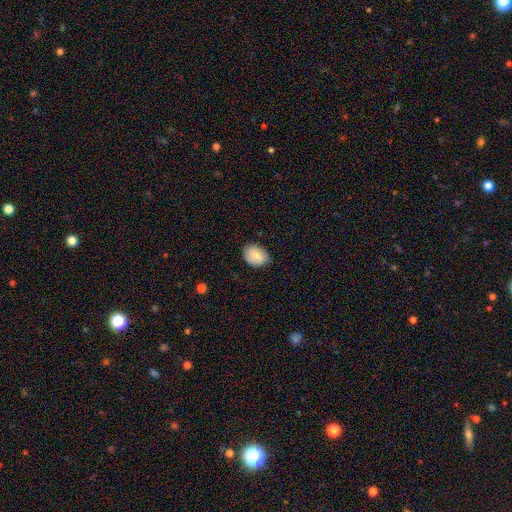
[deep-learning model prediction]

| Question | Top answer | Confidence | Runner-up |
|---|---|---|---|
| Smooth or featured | smooth | 77% | featured or disk (16%) |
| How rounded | in between | 67% | round (32%) |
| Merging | none | 75% | minor disturbance (20%) |